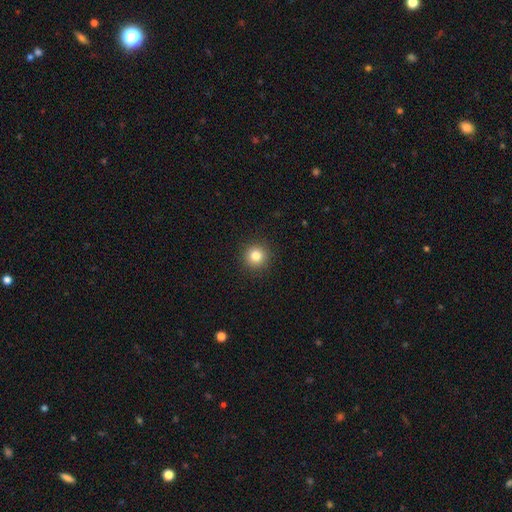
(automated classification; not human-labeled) Smooth or featured? Predicted: smooth (p=0.82). How rounded? Predicted: round (p=0.95). Merging? Predicted: none (p=0.92).